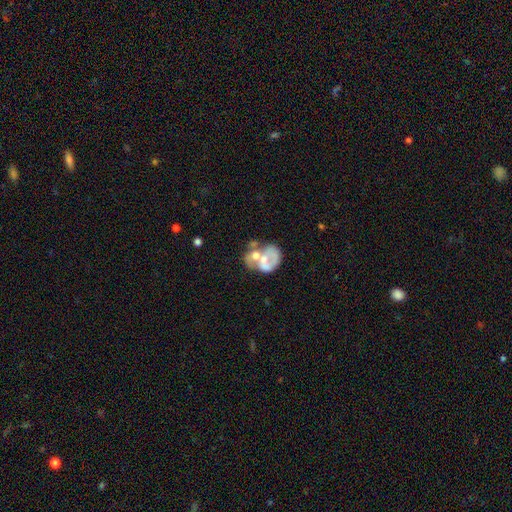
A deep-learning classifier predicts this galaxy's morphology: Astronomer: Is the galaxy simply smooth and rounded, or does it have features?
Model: featured or disk — 57% (runner-up: smooth, 35%).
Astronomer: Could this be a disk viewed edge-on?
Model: no — 98%.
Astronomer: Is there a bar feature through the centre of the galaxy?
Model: no — 80%.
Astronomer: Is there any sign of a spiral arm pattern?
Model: no — 72%.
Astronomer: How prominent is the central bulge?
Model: moderate — 53%.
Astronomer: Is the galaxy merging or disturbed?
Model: merger — 55%.